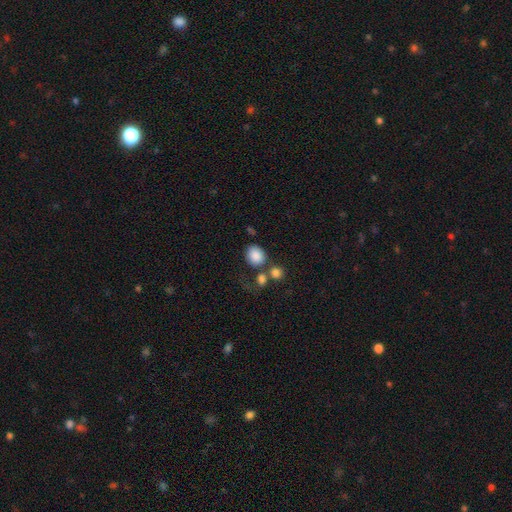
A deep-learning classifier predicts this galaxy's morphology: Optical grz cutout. It shows a smooth galaxy with no disk features (85%) that is round (62%). Merging: none (54%).